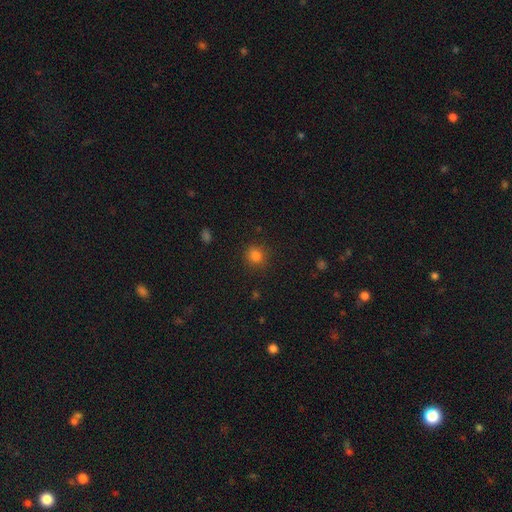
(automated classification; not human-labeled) Q: Smooth or featured?
A: smooth (82%); runner-up: star or artifact (13%)
Q: How rounded?
A: round (86%); runner-up: in between (13%)
Q: Merging?
A: none (87%); runner-up: minor disturbance (9%)